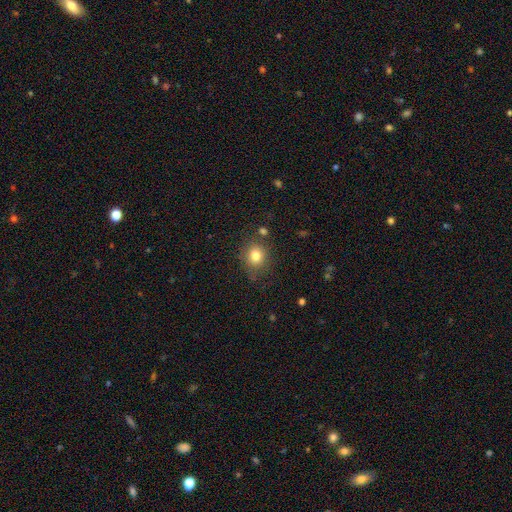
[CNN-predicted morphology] Q: Smooth or featured?
A: smooth (80%); runner-up: star or artifact (12%)
Q: How rounded?
A: round (76%); runner-up: in between (23%)
Q: Merging?
A: none (78%); runner-up: minor disturbance (14%)